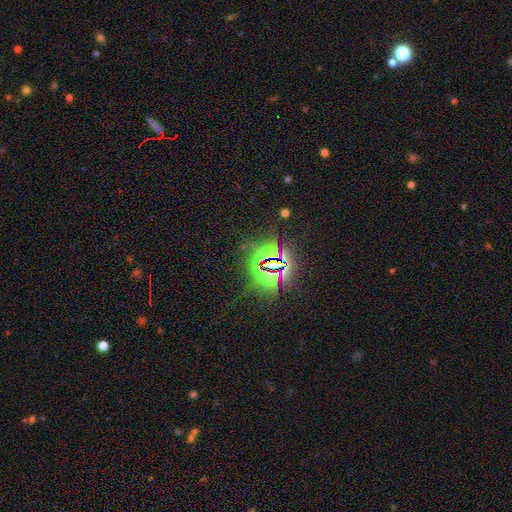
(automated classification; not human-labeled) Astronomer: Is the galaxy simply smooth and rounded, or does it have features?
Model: star or artifact — 83%.